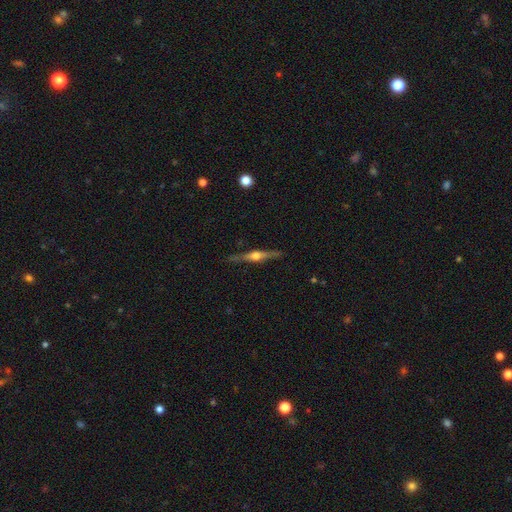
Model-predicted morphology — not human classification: smooth_or_featured: featured or disk (p=0.76) [alt: smooth p=0.18]
disk_edge_on: yes (p=0.97) [alt: no p=0.03]
edge_on_bulge: rounded (p=0.92) [alt: boxy p=0.06]
merging: none (p=0.87) [alt: minor disturbance p=0.10]